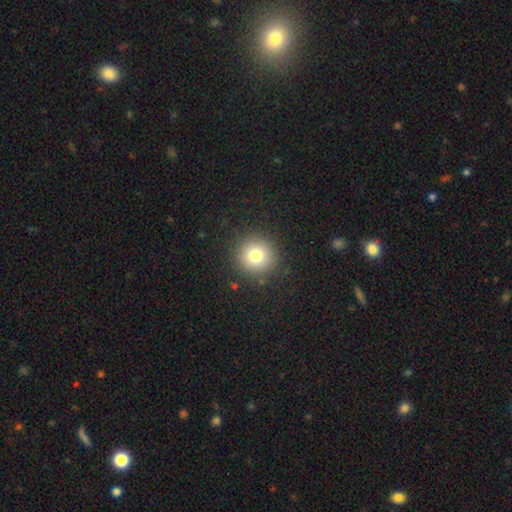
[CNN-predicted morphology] Smooth or featured? smooth (78%)
How rounded? round (93%)
Merging? none (90%)